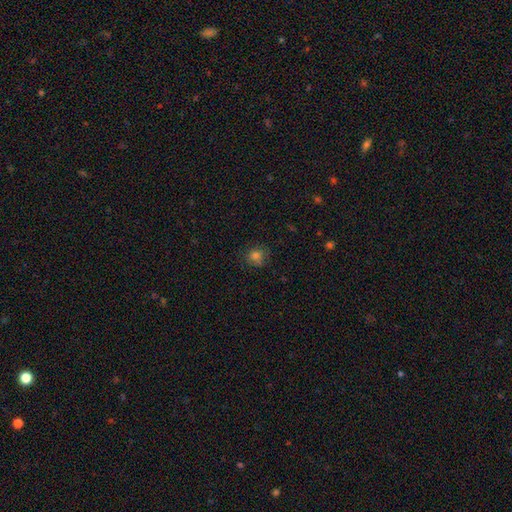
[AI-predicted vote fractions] smooth-or-featured: smooth: 75% | star or artifact: 17% | featured or disk: 8%
  how-rounded: round: 82% | in between: 17% | cigar-shaped: 1%
  merging: none: 76% | minor disturbance: 17% | major disturbance: 6% | merger: 1%